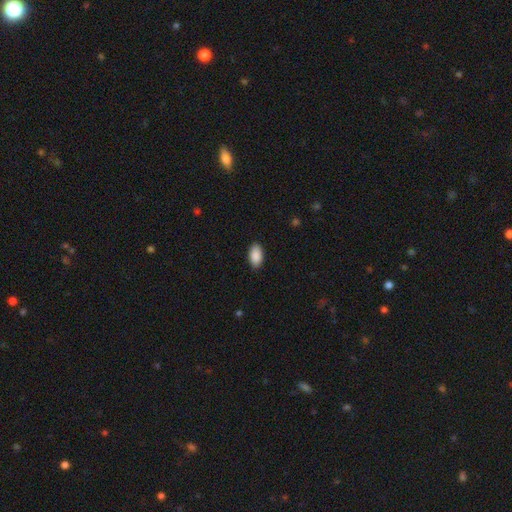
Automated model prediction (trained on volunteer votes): Smooth or featured?
  - smooth: 90% *
  - star or artifact: 6%
  - featured or disk: 3%
How rounded?
  - in between: 95% *
  - round: 3%
  - cigar-shaped: 3%
Merging?
  - none: 88% *
  - minor disturbance: 9%
  - major disturbance: 2%
  - merger: 1%